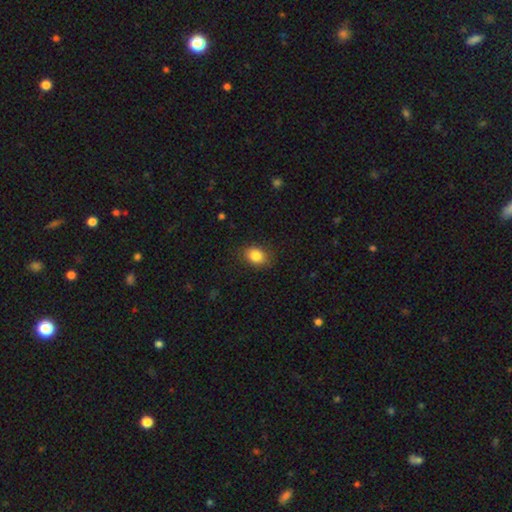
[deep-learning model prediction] smooth 85%, star or artifact 9%, featured or disk 6%. Down the decision tree: how rounded — in between (62%); merging — none (85%).